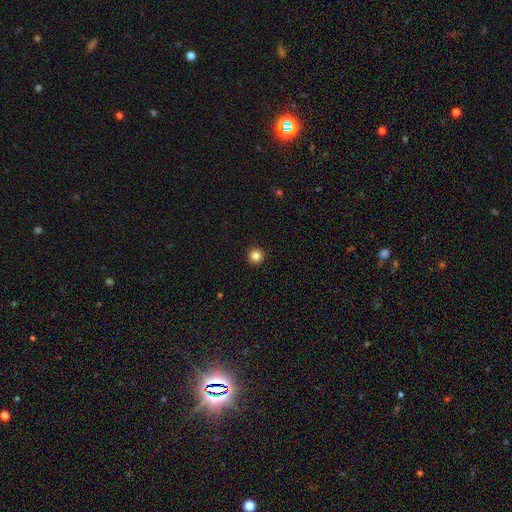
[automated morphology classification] This appears to be a smooth galaxy with no disk features (85%) that is round (96%). Merging: none (94%).